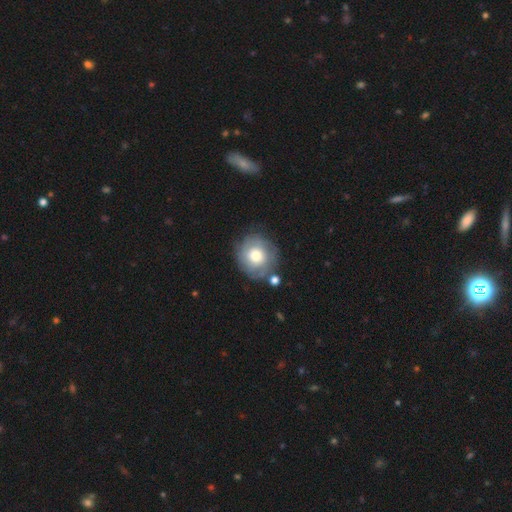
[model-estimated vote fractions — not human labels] smooth_or_featured: featured or disk (p=0.50) [alt: smooth p=0.42]
merging: none (p=0.73) [alt: minor disturbance p=0.15]